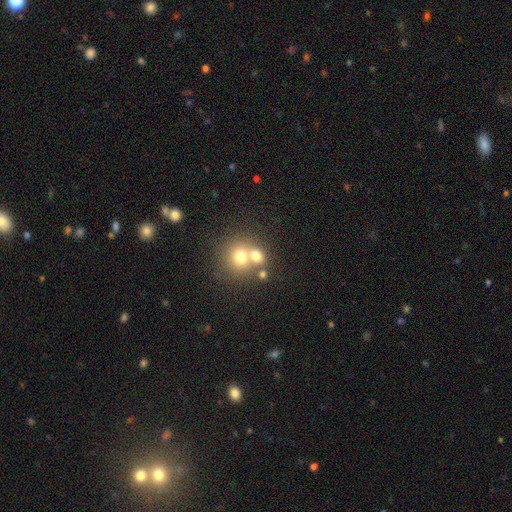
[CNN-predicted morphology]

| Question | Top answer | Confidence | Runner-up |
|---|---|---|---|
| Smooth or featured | smooth | 70% | featured or disk (17%) |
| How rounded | round | 75% | in between (24%) |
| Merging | merger | 56% | none (34%) |